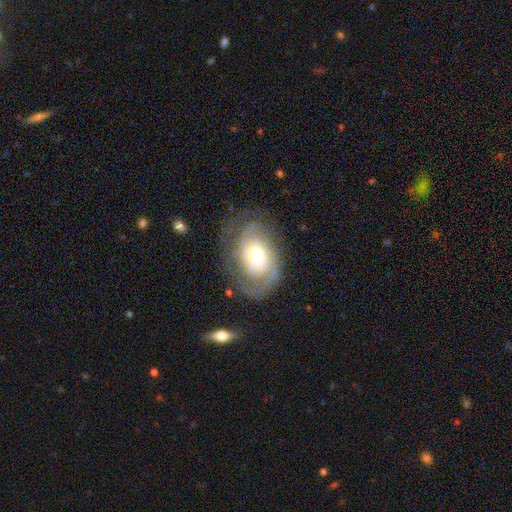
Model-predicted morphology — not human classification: A featured or disk galaxy (80%) with no bar (72%), 2 (46%) tight (58%) spiral arms (91%) and a moderate central bulge (67%).

Vote fractions:
- Smooth or featured? featured or disk: 80% / smooth: 14% / star or artifact: 5%
- Edge-on disk? no: 96% / yes: 4%
- Bar? no: 72% / weak: 22% / strong: 6%
- Spiral arms? yes: 91% / no: 9%
- Spiral winding? tight: 58% / medium: 30% / loose: 11%
- Spiral arm count? 2: 46% / can't tell: 26% / 3: 12% / 1: 10% / 4: 4% / more than 4: 3%
- Bulge size? moderate: 67% / small: 19% / large: 12% / dominant: 1% / none: 1%
- Merging? none: 67% / minor disturbance: 18% / major disturbance: 13% / merger: 2%